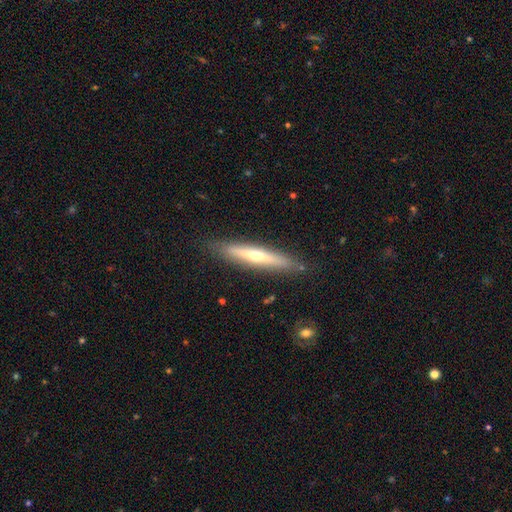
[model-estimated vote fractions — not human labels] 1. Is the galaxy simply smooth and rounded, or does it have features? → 57% featured or disk, 37% smooth, 6% star or artifact.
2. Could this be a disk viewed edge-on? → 92% yes, 8% no.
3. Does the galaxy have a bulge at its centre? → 77% rounded, 20% none, 3% boxy.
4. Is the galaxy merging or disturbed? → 88% none, 9% minor disturbance, 2% major disturbance, 1% merger.